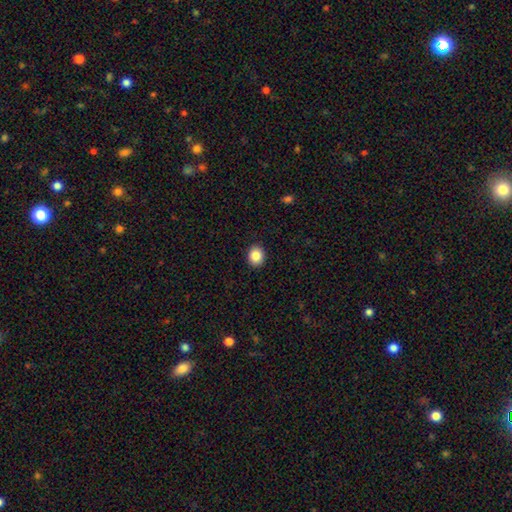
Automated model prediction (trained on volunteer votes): This is clearly a smooth galaxy (86%). How rounded: likely round (67%). Merging: clearly none (92%).